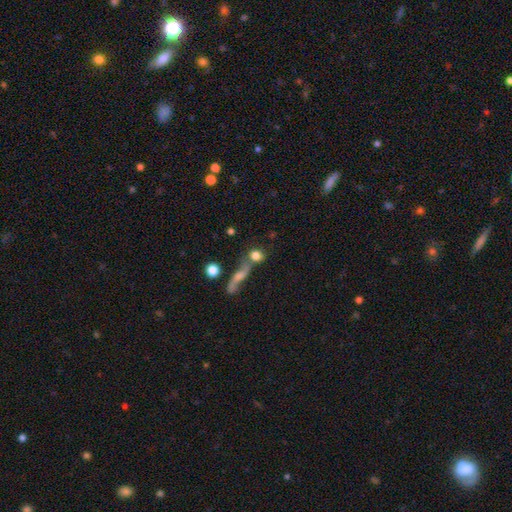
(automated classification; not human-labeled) A smooth galaxy with no disk features (75%) that is round (73%). Merging: none (49%).